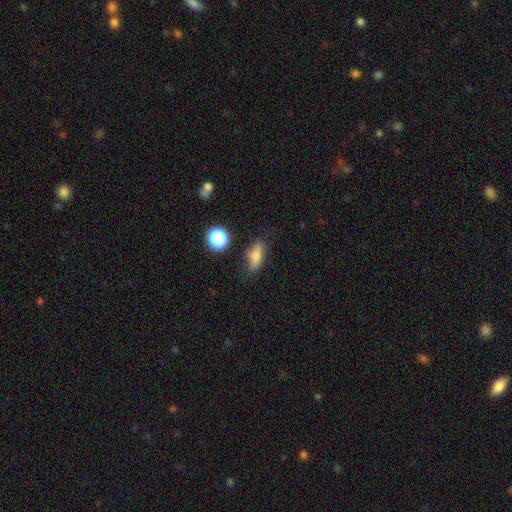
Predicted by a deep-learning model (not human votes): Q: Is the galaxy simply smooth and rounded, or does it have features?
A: smooth — 73%.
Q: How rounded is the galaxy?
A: in between — 63%.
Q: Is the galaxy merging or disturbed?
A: none — 76%.